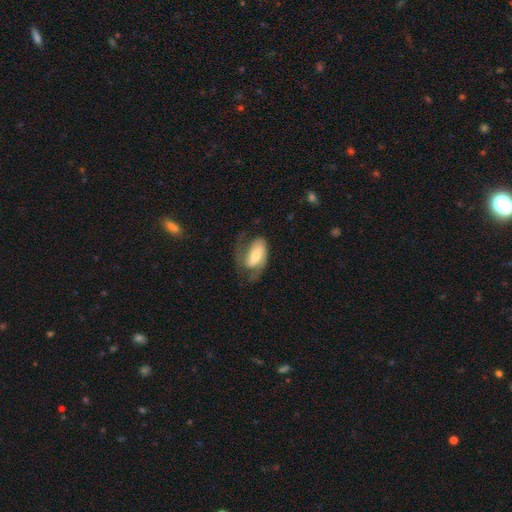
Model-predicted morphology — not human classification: Smooth or featured? Predicted: featured or disk (p=0.61). Edge-on disk? Predicted: no (p=0.94). Bar? Predicted: weak (p=0.36). Spiral arms? Predicted: yes (p=0.83). Bulge size? Predicted: moderate (p=0.52). Merging? Predicted: none (p=0.44).